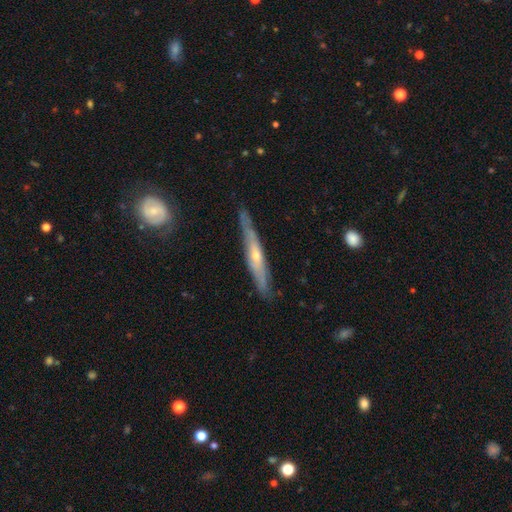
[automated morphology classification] Smooth or featured? featured or disk (70%)
Edge-on disk? yes (89%)
Edge-on bulge? rounded (69%)
Merging? none (80%)